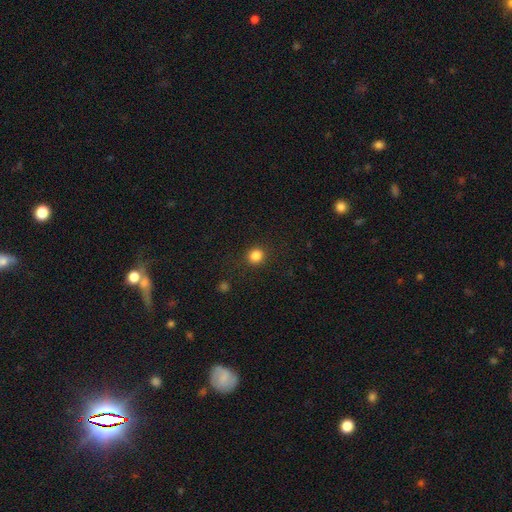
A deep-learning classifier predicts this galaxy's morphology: smooth-or-featured: smooth: 84% | star or artifact: 12% | featured or disk: 4%
  how-rounded: round: 89% | in between: 10% | cigar-shaped: 1%
  merging: none: 89% | minor disturbance: 7% | major disturbance: 3% | merger: 1%